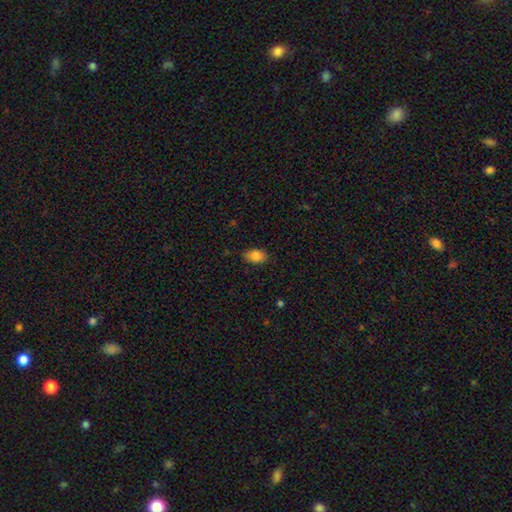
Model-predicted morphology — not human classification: The model was most divided on "merging": none: 84%, minor disturbance: 12%, major disturbance: 3%, merger: 1%. More confident: how rounded — in between (87%); smooth or featured — smooth (86%).